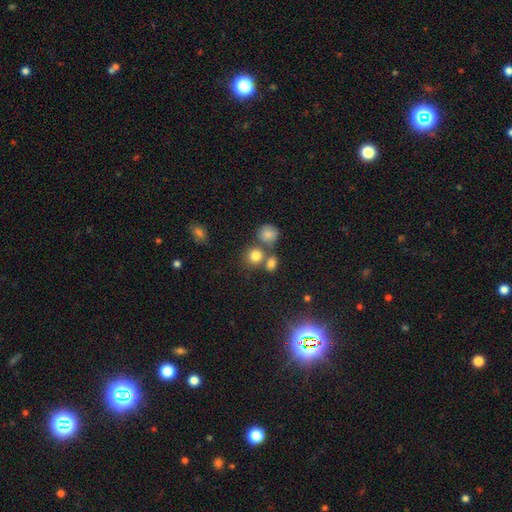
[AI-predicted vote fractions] This appears to be a smooth galaxy with no disk features (79%) that is round (79%). Merging: none (56%).